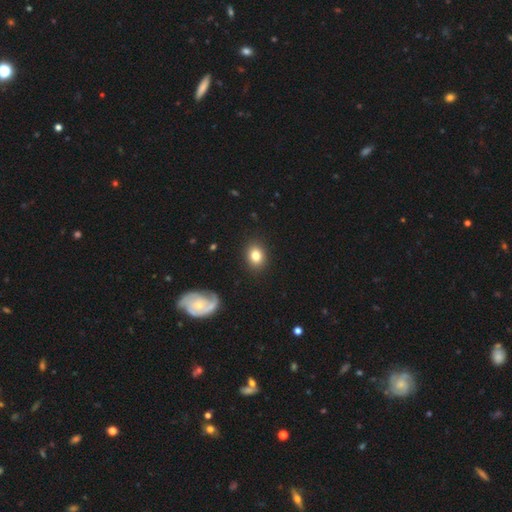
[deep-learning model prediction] This is clearly a smooth galaxy (80%). How rounded: possibly in between (51%). Merging: clearly none (89%).